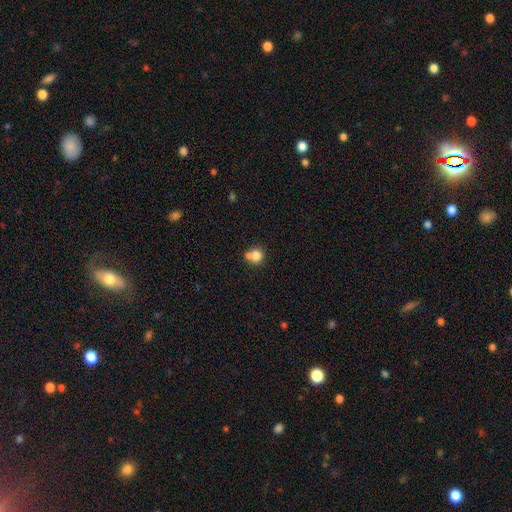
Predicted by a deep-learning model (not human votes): smooth 79%, featured or disk 11%, star or artifact 10%. Down the decision tree: how rounded — round (81%); merging — none (45%).